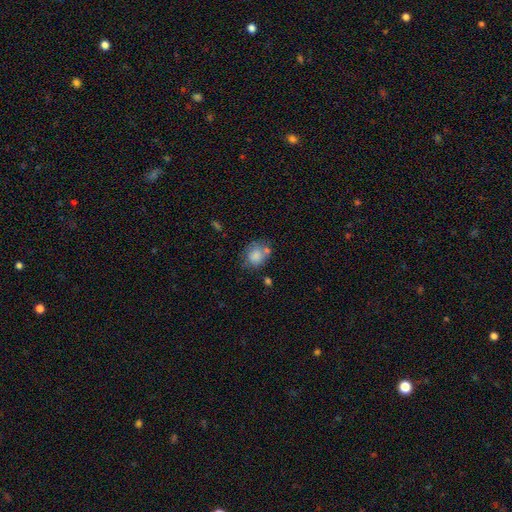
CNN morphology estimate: smooth 80%, featured or disk 11%, star or artifact 9%. Down the decision tree: how rounded — round (65%); merging — none (52%).